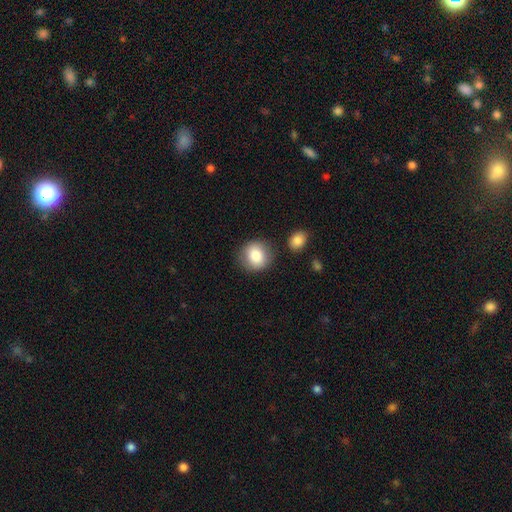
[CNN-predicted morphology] Smooth or featured: smooth — 85% (star or artifact — 8%)
How rounded: round — 87% (in between — 12%)
Merging: none — 82% (minor disturbance — 10%)